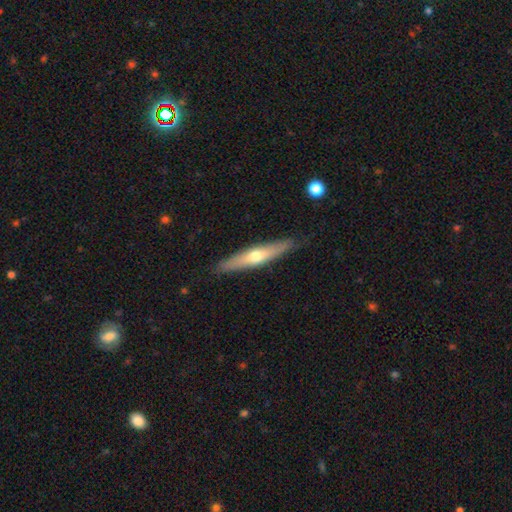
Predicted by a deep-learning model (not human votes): Smooth or featured?
  - featured or disk: 51% *
  - smooth: 44%
  - star or artifact: 5%
Edge-on disk?
  - yes: 89% *
  - no: 11%
Merging?
  - none: 87% *
  - minor disturbance: 10%
  - major disturbance: 2%
  - merger: 1%